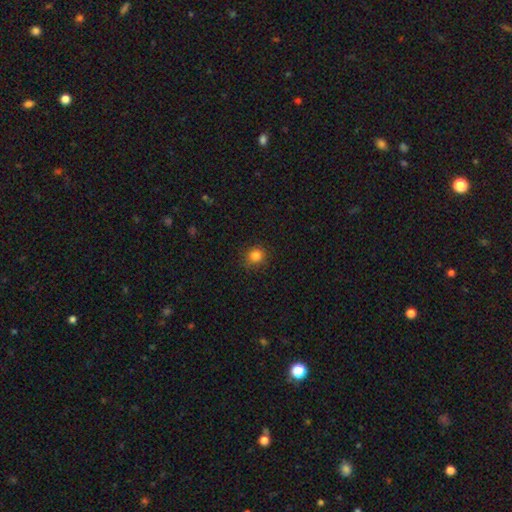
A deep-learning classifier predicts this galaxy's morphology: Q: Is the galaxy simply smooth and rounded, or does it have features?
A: smooth — 83%.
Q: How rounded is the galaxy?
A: round — 87%.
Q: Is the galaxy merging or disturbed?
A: none — 87%.